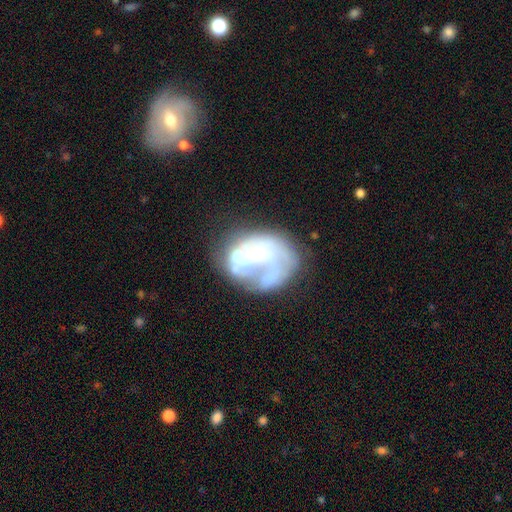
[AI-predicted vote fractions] The model was most divided on "spiral arms": yes: 54%, no: 46%. Remaining: edge-on disk — no (98%); bar — no (71%); smooth or featured — featured or disk (70%); bulge size — small (48%); merging — none (39%).